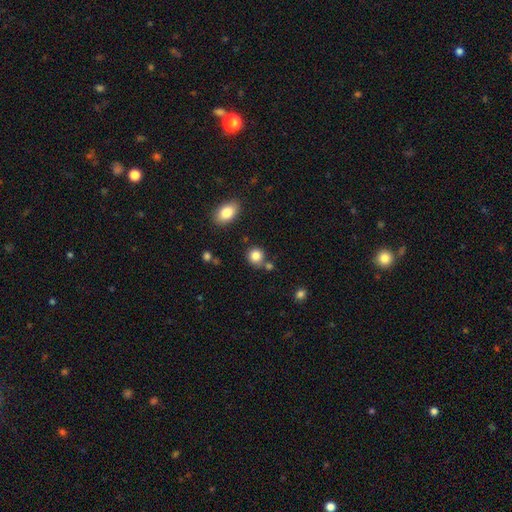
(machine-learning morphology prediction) This is clearly a smooth galaxy (84%). How rounded: clearly round (86%). Merging: likely none (74%).